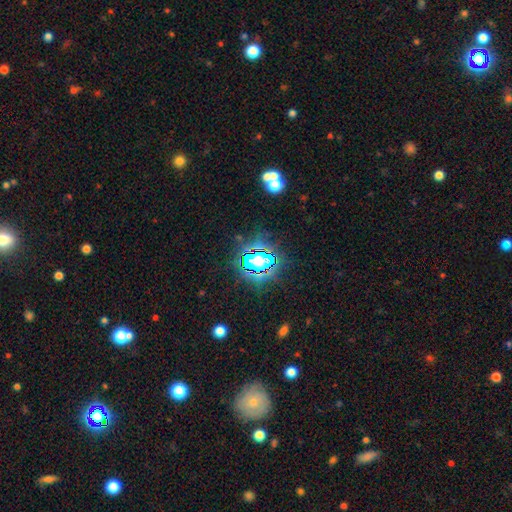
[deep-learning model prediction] Q: Smooth or featured?
A: star or artifact (80%); runner-up: smooth (12%)